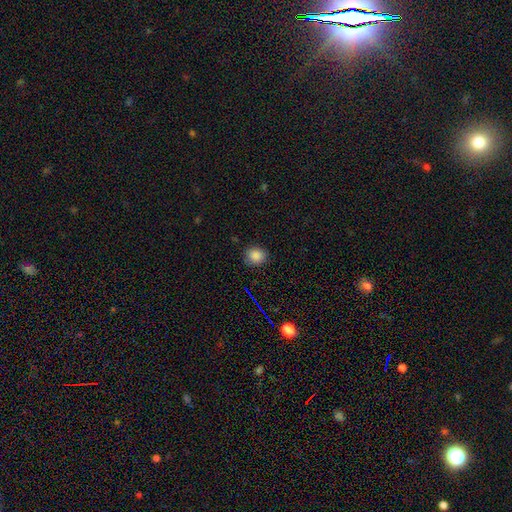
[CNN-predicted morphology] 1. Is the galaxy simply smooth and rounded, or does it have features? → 85% smooth, 12% star or artifact, 4% featured or disk.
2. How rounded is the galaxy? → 76% round, 23% in between, 1% cigar-shaped.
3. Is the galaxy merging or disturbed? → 86% none, 11% minor disturbance, 3% major disturbance, 1% merger.